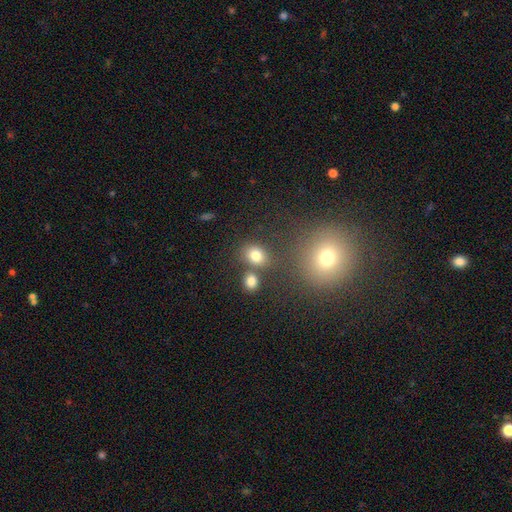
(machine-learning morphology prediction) smooth-or-featured: smooth: 79% | star or artifact: 14% | featured or disk: 7%
  how-rounded: round: 51% | in between: 47% | cigar-shaped: 1%
  merging: none: 66% | merger: 18% | minor disturbance: 11% | major disturbance: 5%